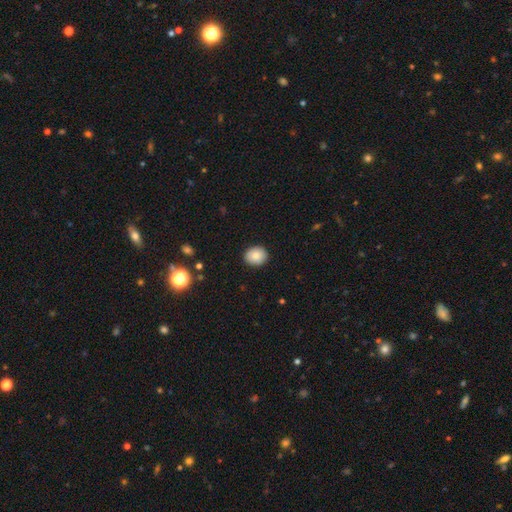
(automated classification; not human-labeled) This appears to be a smooth galaxy with no disk features (83%) that is round (73%). Merging: none (90%).